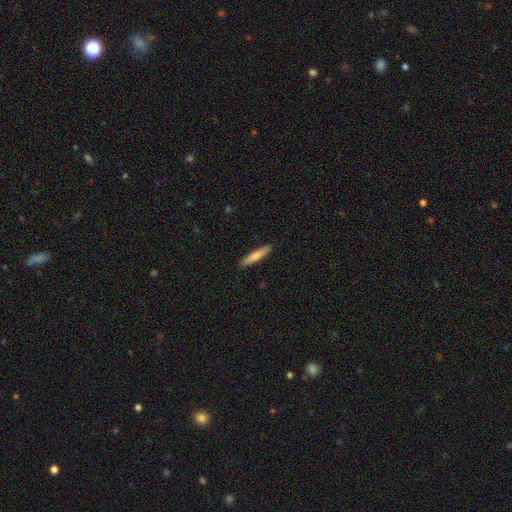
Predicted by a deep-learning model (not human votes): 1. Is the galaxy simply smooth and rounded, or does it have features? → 75% smooth, 20% featured or disk, 5% star or artifact.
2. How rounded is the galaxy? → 90% cigar-shaped, 9% in between, 1% round.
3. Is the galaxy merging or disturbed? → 90% none, 7% minor disturbance, 2% major disturbance, 1% merger.